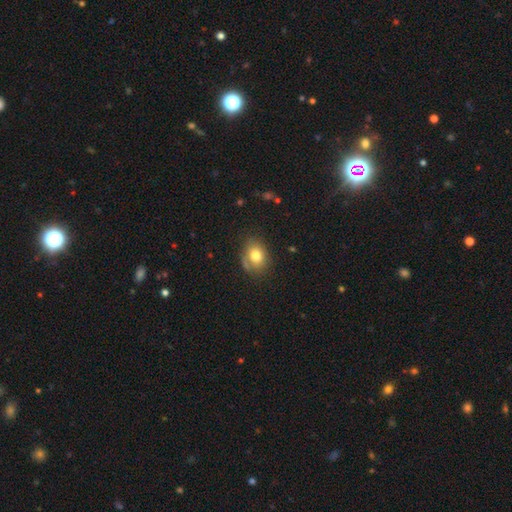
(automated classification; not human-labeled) The model was most divided on "how rounded": in between: 58%, round: 41%, cigar-shaped: 1%. More confident: smooth or featured — smooth (76%); merging — none (67%).